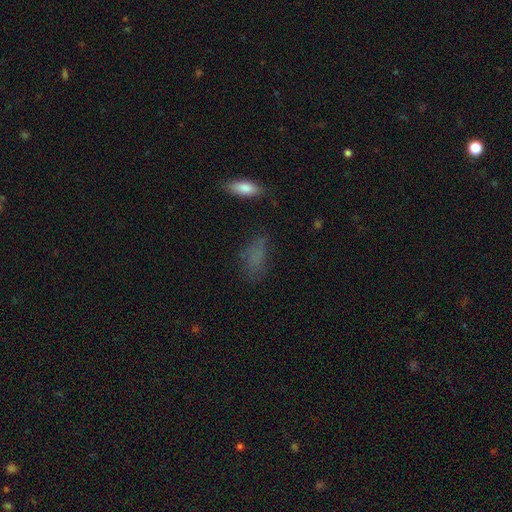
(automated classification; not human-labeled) Overall: smooth (71%). How rounded: in between (79%). Merging: none (58%; minor disturbance 24%).